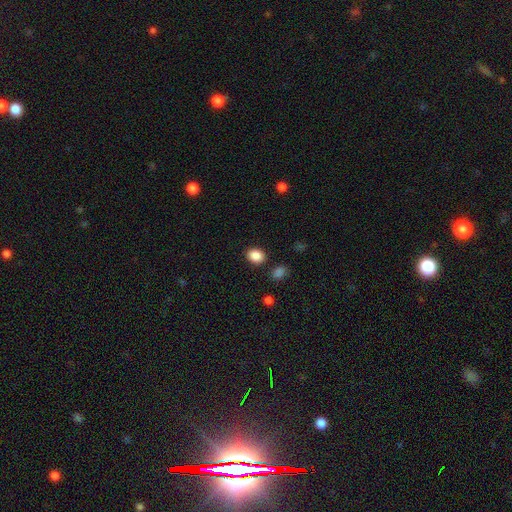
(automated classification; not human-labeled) Smooth or featured? Predicted: smooth (p=0.88). How rounded? Predicted: in between (p=0.57). Merging? Predicted: none (p=0.86).